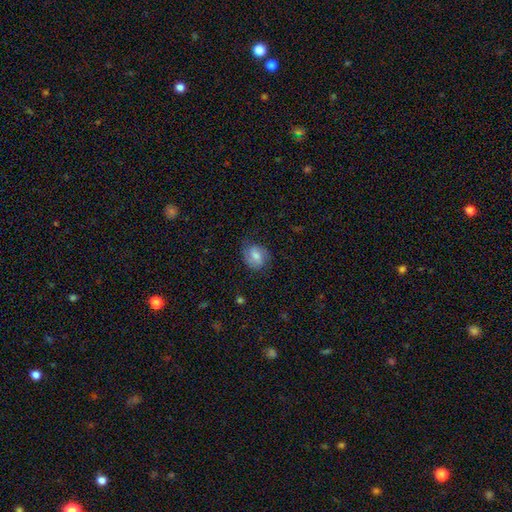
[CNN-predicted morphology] Smooth or featured?
  - smooth: 52% *
  - featured or disk: 39%
  - star or artifact: 9%
How rounded?
  - round: 55% *
  - in between: 44%
  - cigar-shaped: 1%
Merging?
  - none: 69% *
  - minor disturbance: 22%
  - major disturbance: 8%
  - merger: 1%